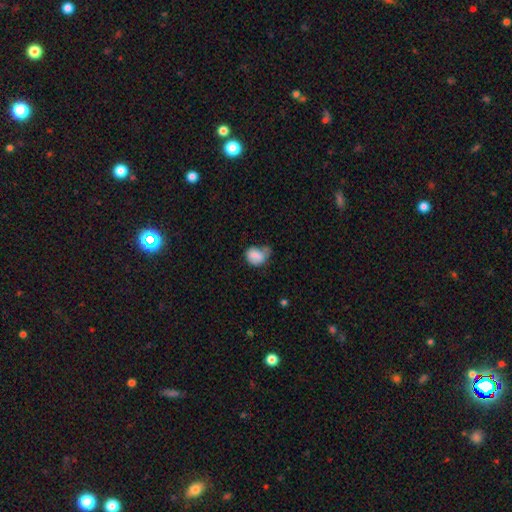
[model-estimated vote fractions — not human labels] Morphology: type=smooth (80%); roundness=in between (52%); merging=minor disturbance (35%, tied with none).